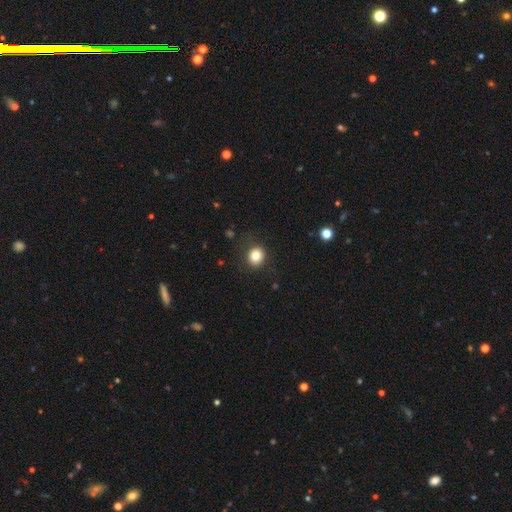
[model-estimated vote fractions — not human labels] Smooth or featured: smooth — 82% (star or artifact — 11%)
How rounded: round — 80% (in between — 19%)
Merging: none — 84% (minor disturbance — 11%)